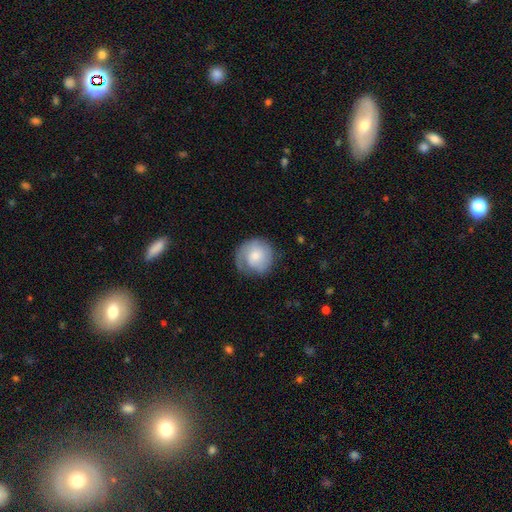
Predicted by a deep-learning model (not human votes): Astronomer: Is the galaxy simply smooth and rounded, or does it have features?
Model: smooth — 60%.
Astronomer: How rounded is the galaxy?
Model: round — 90%.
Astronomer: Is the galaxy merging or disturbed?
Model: none — 65%.